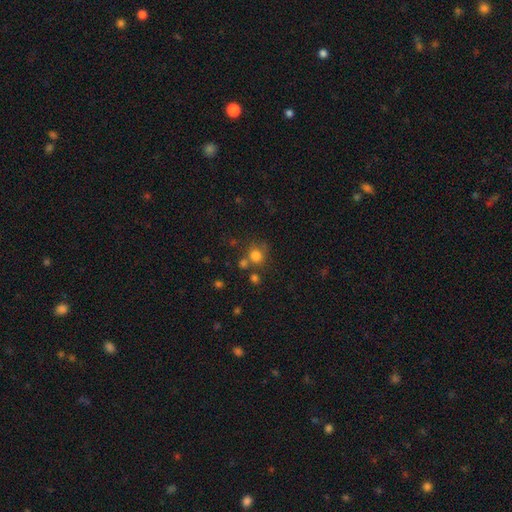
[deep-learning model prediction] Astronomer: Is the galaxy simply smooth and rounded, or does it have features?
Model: smooth — 78%.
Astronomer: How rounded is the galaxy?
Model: round — 86%.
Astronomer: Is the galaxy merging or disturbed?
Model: none — 61%.